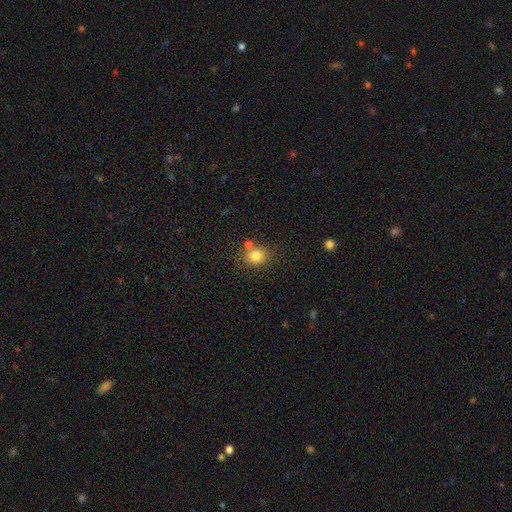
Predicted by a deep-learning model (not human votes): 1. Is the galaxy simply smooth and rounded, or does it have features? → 81% smooth, 12% star or artifact, 7% featured or disk.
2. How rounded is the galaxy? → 75% round, 24% in between, 1% cigar-shaped.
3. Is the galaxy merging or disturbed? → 66% none, 18% merger, 12% minor disturbance, 4% major disturbance.